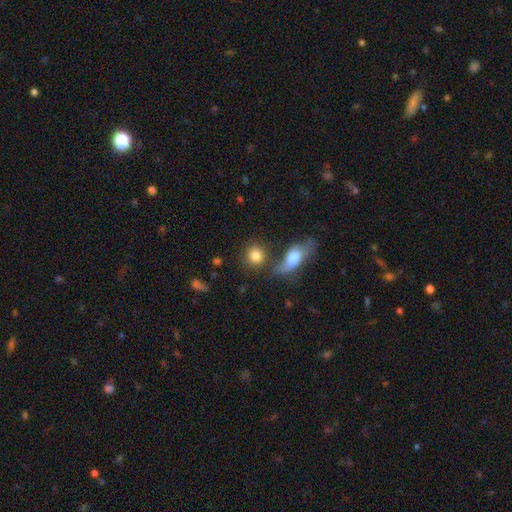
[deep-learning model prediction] Smooth or featured: smooth — 83% (star or artifact — 9%)
How rounded: round — 73% (in between — 24%)
Merging: none — 60% (merger — 23%)